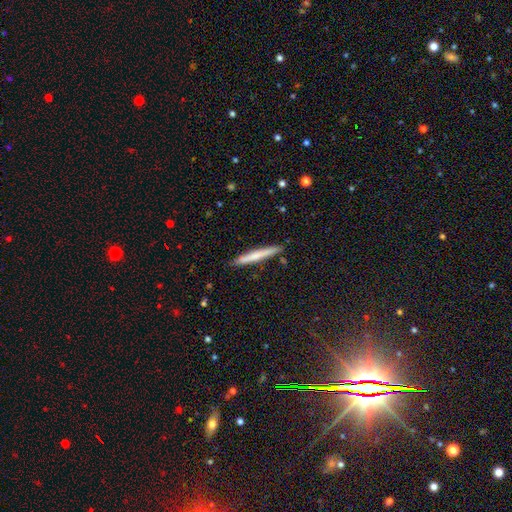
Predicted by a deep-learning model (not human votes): Smooth or featured?
  - smooth: 62% *
  - featured or disk: 32%
  - star or artifact: 6%
How rounded?
  - cigar-shaped: 96% *
  - in between: 2%
  - round: 1%
Merging?
  - none: 88% *
  - minor disturbance: 8%
  - merger: 2%
  - major disturbance: 1%